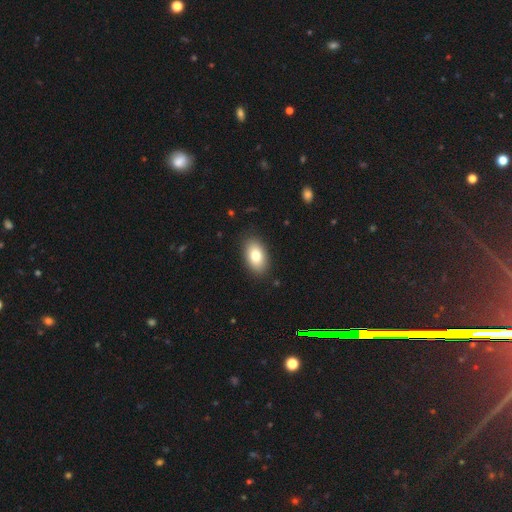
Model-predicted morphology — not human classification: The model was most divided on "smooth or featured": smooth: 79%, featured or disk: 13%, star or artifact: 8%. More confident: how rounded — in between (92%); merging — none (88%).